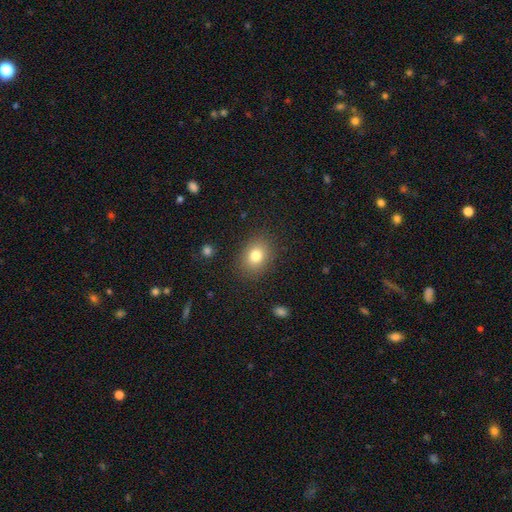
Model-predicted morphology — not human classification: Overall: smooth (80%). How rounded: in between (55%; round 45%). Merging: none (86%).